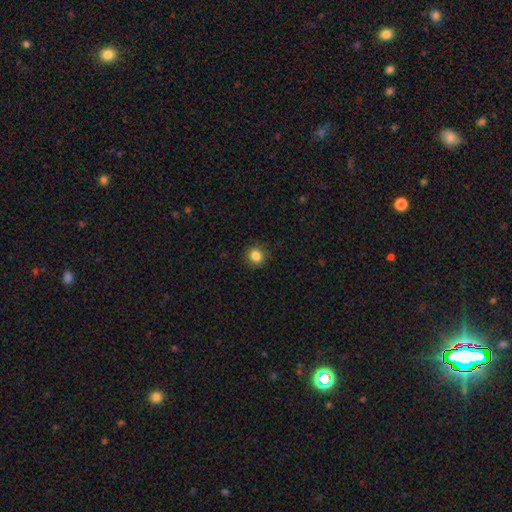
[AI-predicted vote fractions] This appears to be a smooth galaxy with no disk features (85%) that is round (84%). Merging: none (89%).